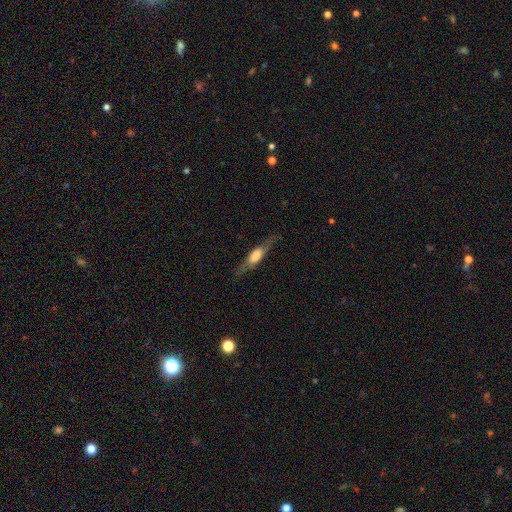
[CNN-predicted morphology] Overall: featured or disk (57%; smooth 36%). Edge-on disk: yes (83%). Merging: none (76%).